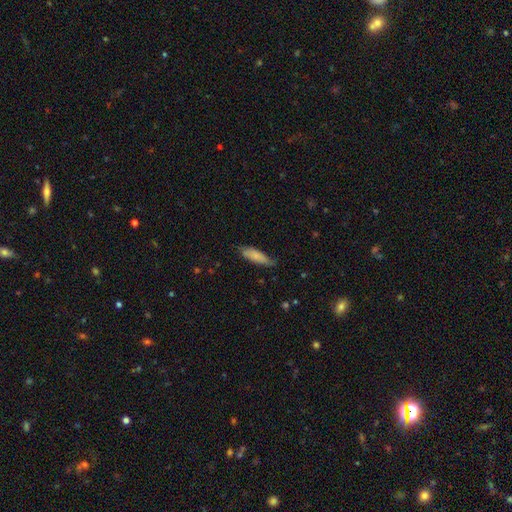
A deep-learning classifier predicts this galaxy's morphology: The model was most divided on "how rounded": cigar-shaped: 54%, in between: 45%, round: 2%. More confident: smooth or featured — smooth (77%); merging — none (66%).